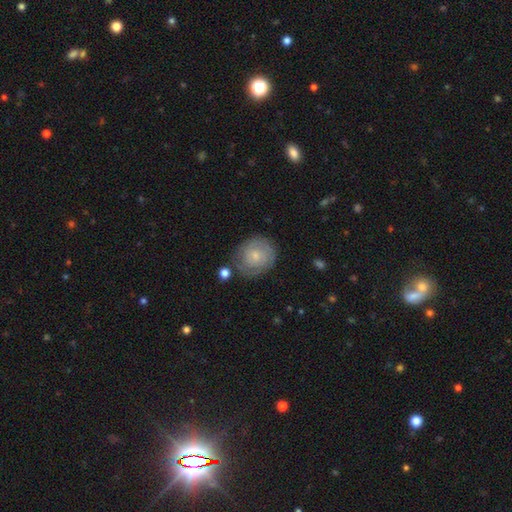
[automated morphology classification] The model was most divided on "smooth or featured": smooth: 48%, featured or disk: 44%, star or artifact: 7%. More confident: merging — none (70%).